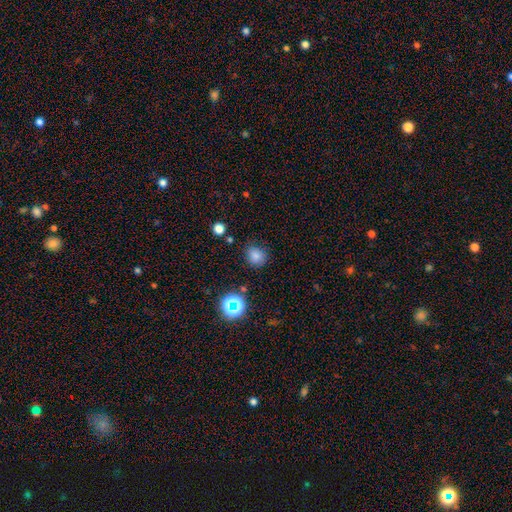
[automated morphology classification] smooth 77%, star or artifact 17%, featured or disk 6%. Down the decision tree: how rounded — round (74%); merging — none (79%).